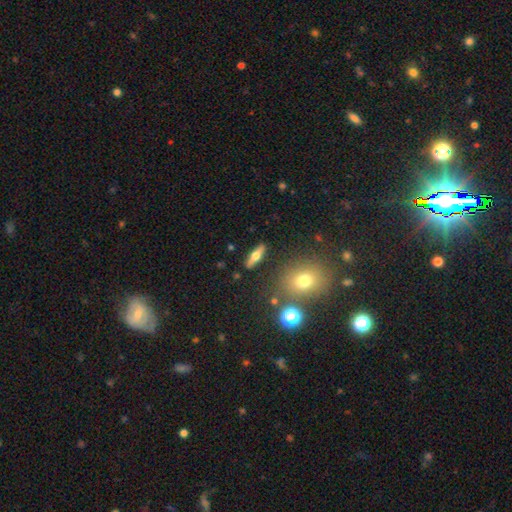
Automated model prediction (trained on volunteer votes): Q: Smooth or featured?
A: featured or disk (53%); runner-up: smooth (39%)
Q: Edge-on disk?
A: yes (89%); runner-up: no (11%)
Q: Merging?
A: none (87%); runner-up: minor disturbance (8%)